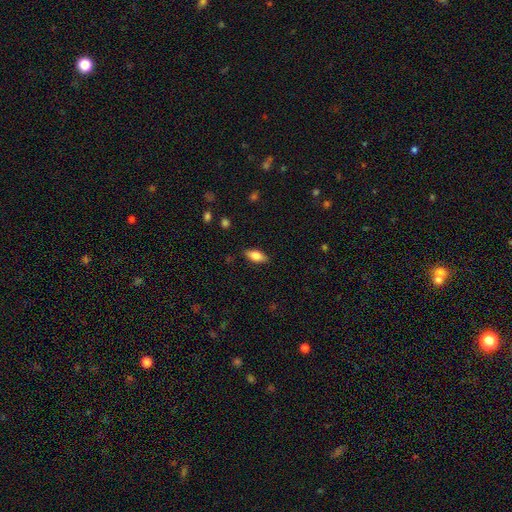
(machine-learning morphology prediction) Smooth or featured? smooth (69%)
How rounded? in between (80%)
Merging? none (86%)